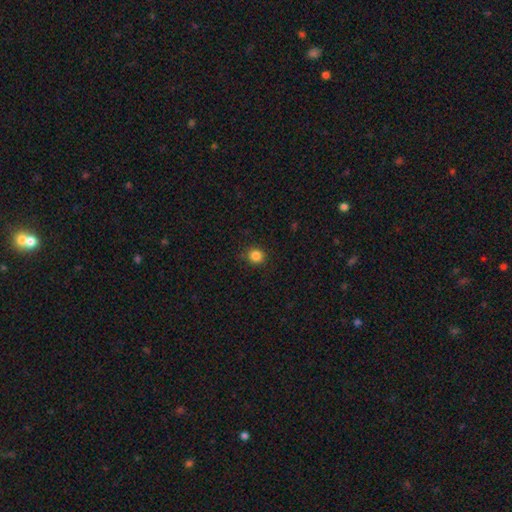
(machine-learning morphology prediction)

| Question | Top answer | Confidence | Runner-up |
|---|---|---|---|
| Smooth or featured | smooth | 85% | star or artifact (12%) |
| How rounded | round | 89% | in between (10%) |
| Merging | none | 88% | minor disturbance (9%) |